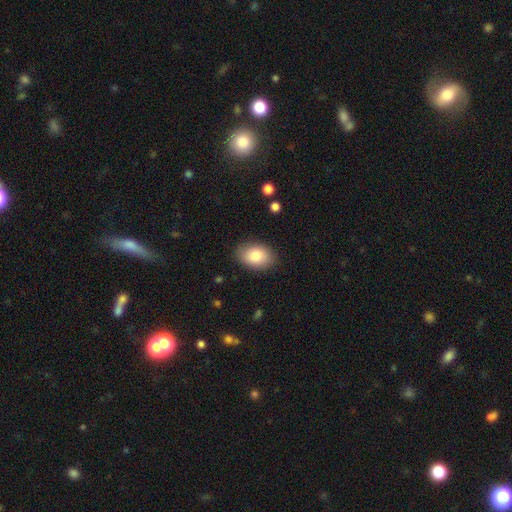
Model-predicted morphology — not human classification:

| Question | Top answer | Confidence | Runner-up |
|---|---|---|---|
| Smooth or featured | smooth | 83% | featured or disk (10%) |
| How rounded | in between | 83% | round (16%) |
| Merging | none | 86% | minor disturbance (11%) |